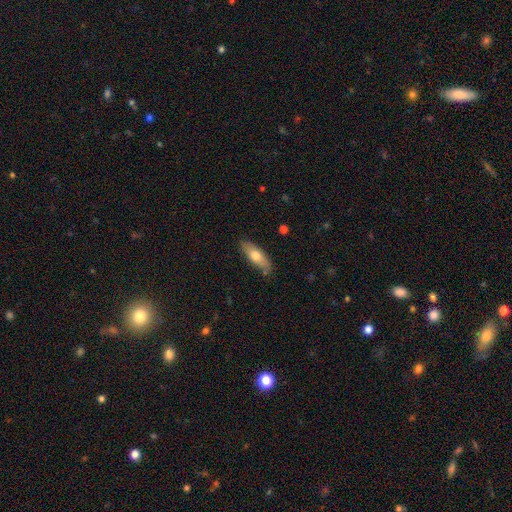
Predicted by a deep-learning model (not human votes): Smooth or featured: smooth — 66% (featured or disk — 28%)
How rounded: in between — 61% (cigar-shaped — 36%)
Merging: none — 82% (minor disturbance — 14%)